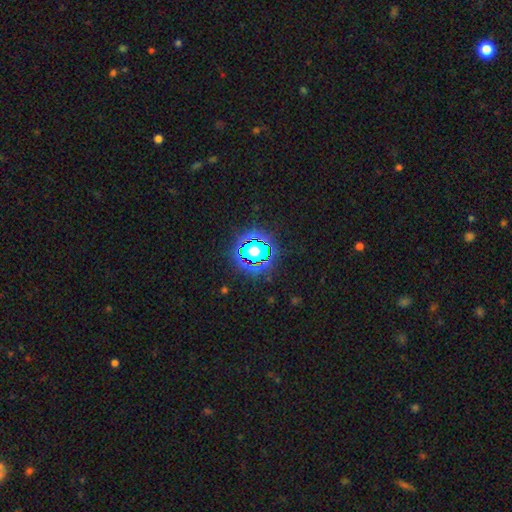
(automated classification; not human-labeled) smooth-or-featured: star or artifact: 84% | smooth: 10% | featured or disk: 6%